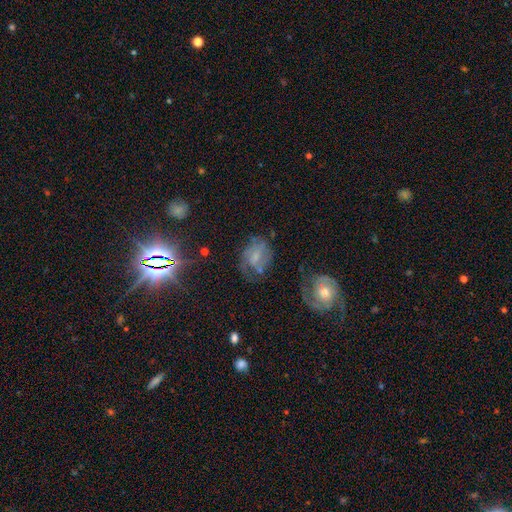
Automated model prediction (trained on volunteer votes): Morphology: type=featured or disk (52%); edge-on=no (97%); bar=no (48%); spiral arms=yes (71%); bulge=small (44%); merging=none (49%).